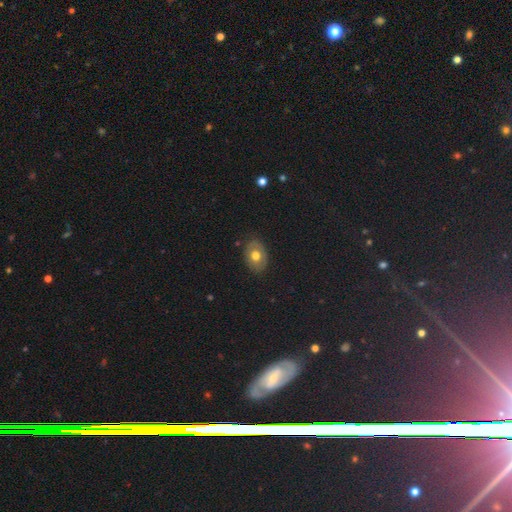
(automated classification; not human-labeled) A smooth galaxy with no disk features (61%) that is in between round and cigar-shaped (77%). Merging: none (82%).